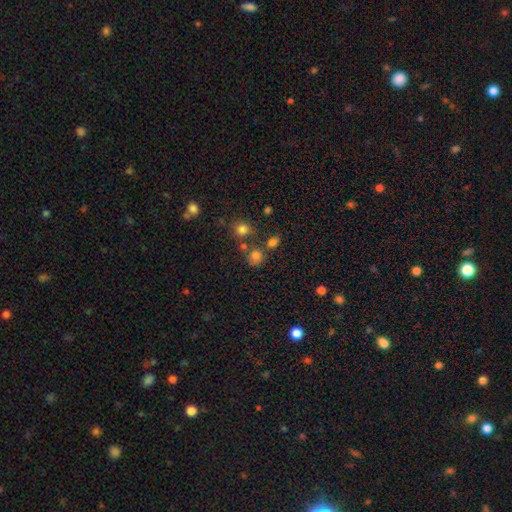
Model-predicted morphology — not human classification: The model was most divided on "merging": none: 65%, merger: 18%, minor disturbance: 12%, major disturbance: 5%. More confident: how rounded — round (81%); smooth or featured — smooth (77%).